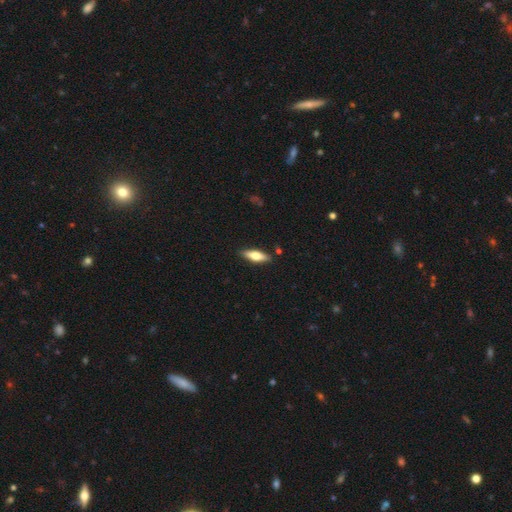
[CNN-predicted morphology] A smooth galaxy with no disk features (57%) that is in between round and cigar-shaped (50%). Merging: none (86%).